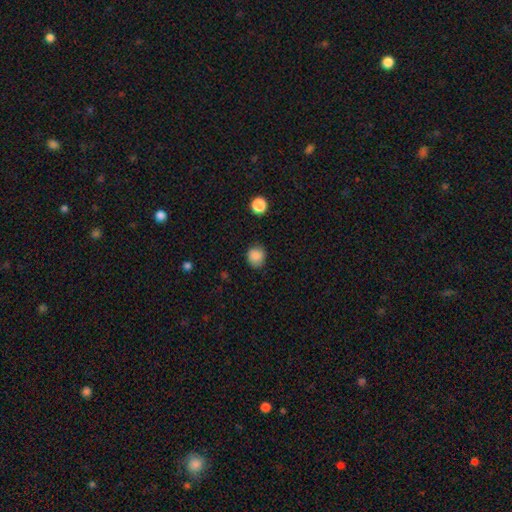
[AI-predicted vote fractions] Overall: smooth (86%). How rounded: round (81%). Merging: none (82%).